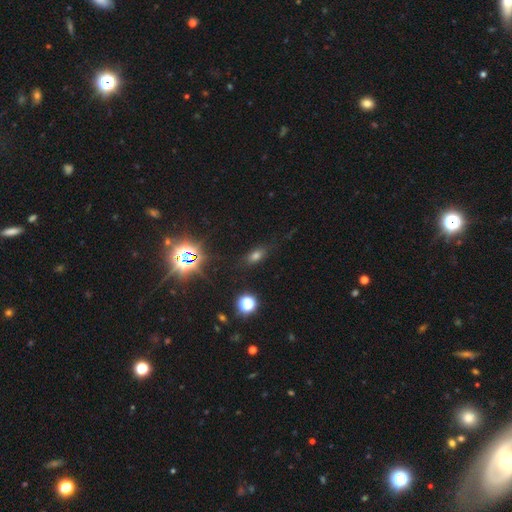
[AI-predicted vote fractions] Smooth or featured?
  - smooth: 59% *
  - star or artifact: 30%
  - featured or disk: 11%
How rounded?
  - in between: 75% *
  - round: 13%
  - cigar-shaped: 12%
Merging?
  - none: 78% *
  - minor disturbance: 14%
  - major disturbance: 5%
  - merger: 2%